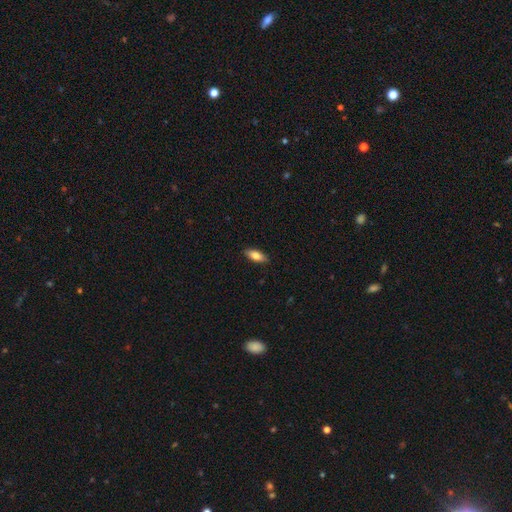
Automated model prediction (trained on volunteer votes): Smooth or featured?
  - smooth: 78% *
  - featured or disk: 16%
  - star or artifact: 6%
How rounded?
  - in between: 77% *
  - cigar-shaped: 21%
  - round: 2%
Merging?
  - none: 89% *
  - minor disturbance: 9%
  - major disturbance: 2%
  - merger: 1%